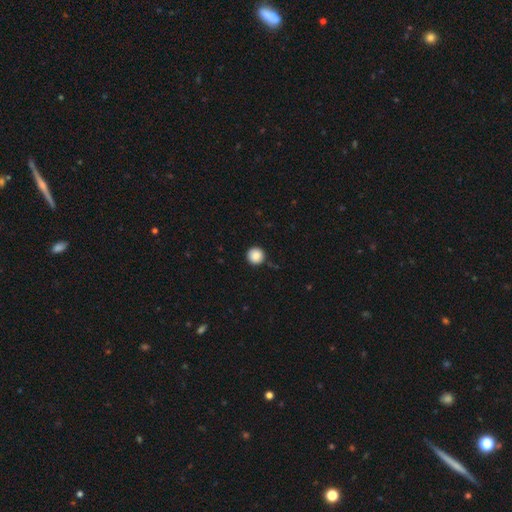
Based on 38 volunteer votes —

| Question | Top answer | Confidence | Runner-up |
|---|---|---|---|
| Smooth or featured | smooth | 92% | featured or disk (5%) |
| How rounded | round | 100% | — |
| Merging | none | 100% | — |